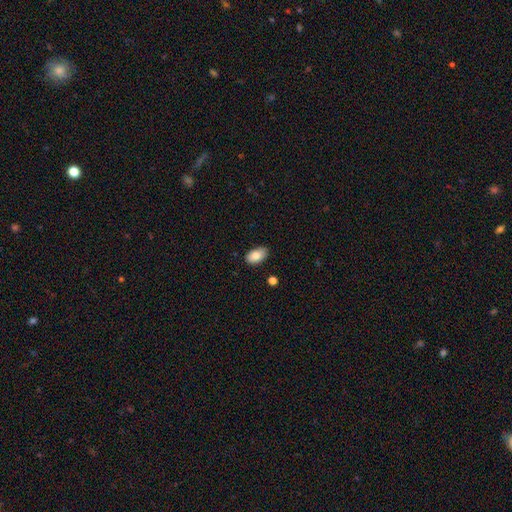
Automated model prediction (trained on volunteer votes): smooth 85%, featured or disk 8%, star or artifact 7%. Down the decision tree: how rounded — in between (93%); merging — none (82%).